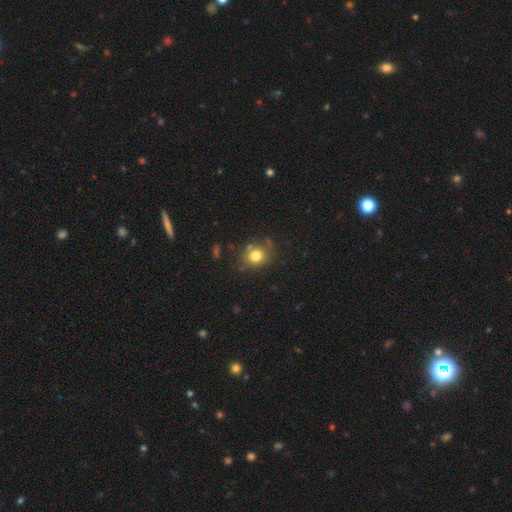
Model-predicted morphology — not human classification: Smooth or featured: smooth — 79% (star or artifact — 12%)
How rounded: round — 77% (in between — 22%)
Merging: none — 73% (minor disturbance — 16%)